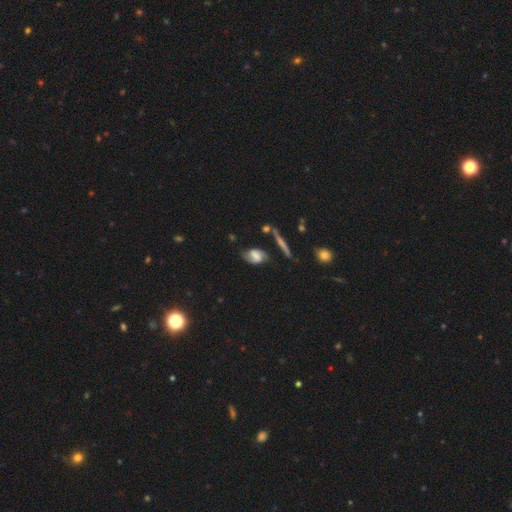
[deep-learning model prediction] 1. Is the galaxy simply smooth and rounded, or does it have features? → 54% featured or disk, 37% smooth, 10% star or artifact.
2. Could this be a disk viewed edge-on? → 90% no, 10% yes.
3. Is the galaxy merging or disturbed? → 62% none, 23% minor disturbance, 9% major disturbance, 6% merger.